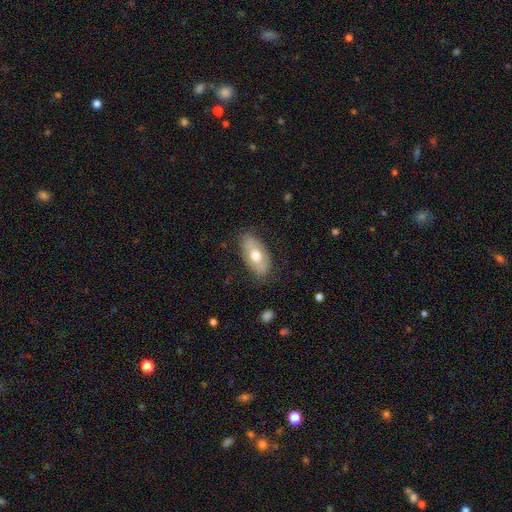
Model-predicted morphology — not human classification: smooth-or-featured: smooth: 60% | featured or disk: 34% | star or artifact: 6%
  how-rounded: in between: 91% | cigar-shaped: 5% | round: 4%
  merging: none: 77% | minor disturbance: 17% | major disturbance: 4% | merger: 1%